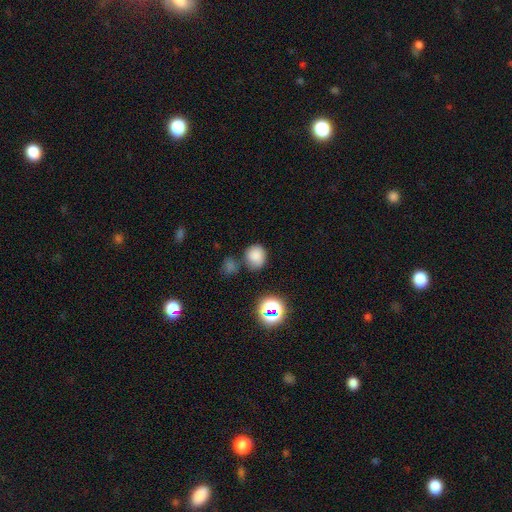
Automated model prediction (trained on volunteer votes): Q: Smooth or featured?
A: smooth (79%); runner-up: star or artifact (15%)
Q: How rounded?
A: round (66%); runner-up: in between (33%)
Q: Merging?
A: none (66%); runner-up: minor disturbance (18%)